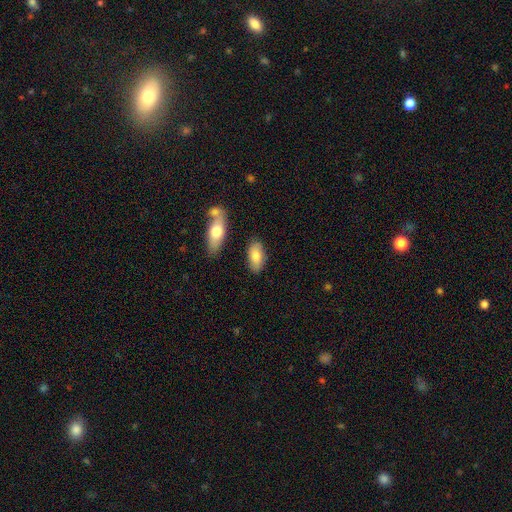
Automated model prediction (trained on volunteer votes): A smooth galaxy with no disk features (80%) that is in between round and cigar-shaped (91%).

Vote fractions:
- Smooth or featured? smooth: 80% / featured or disk: 14% / star or artifact: 6%
- How rounded? in between: 91% / cigar-shaped: 7% / round: 3%
- Merging? none: 80% / minor disturbance: 12% / merger: 5% / major disturbance: 3%